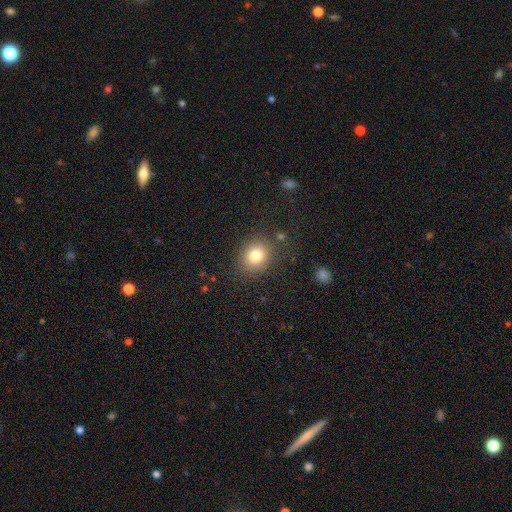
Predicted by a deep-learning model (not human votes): The model was most divided on "how rounded": round: 70%, in between: 29%, cigar-shaped: 1%. More confident: merging — none (83%); smooth or featured — smooth (79%).